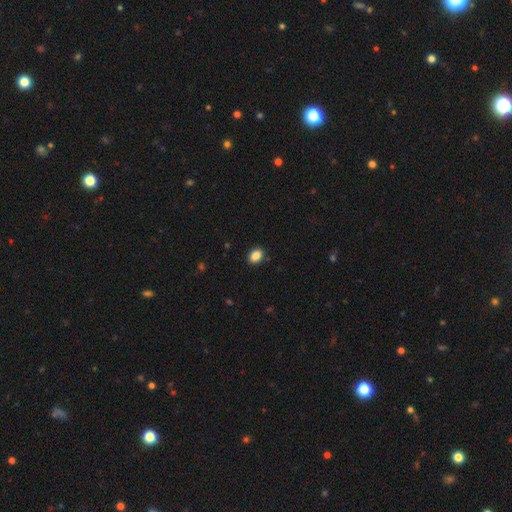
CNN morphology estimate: Smooth or featured?
  - smooth: 87% *
  - star or artifact: 9%
  - featured or disk: 4%
How rounded?
  - in between: 73% *
  - round: 26%
  - cigar-shaped: 1%
Merging?
  - none: 90% *
  - minor disturbance: 7%
  - major disturbance: 2%
  - merger: 1%